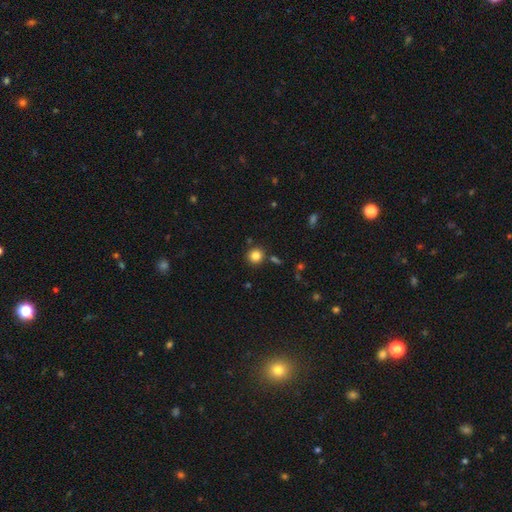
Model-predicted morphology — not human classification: The model was most divided on "smooth or featured": smooth: 83%, star or artifact: 12%, featured or disk: 5%. More confident: how rounded — round (91%); merging — none (85%).